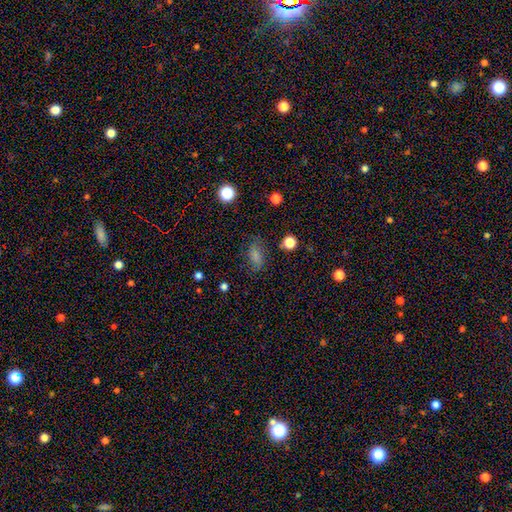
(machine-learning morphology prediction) The model was most divided on "merging": none: 72%, minor disturbance: 19%, major disturbance: 7%, merger: 2%. More confident: how rounded — in between (85%); smooth or featured — smooth (75%).